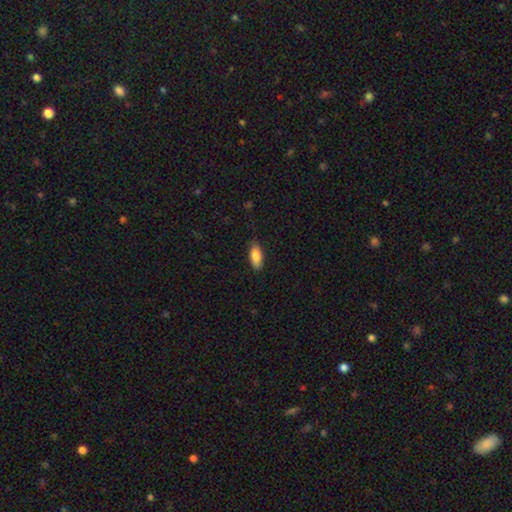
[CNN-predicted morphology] This appears to be a smooth galaxy with no disk features (82%) that is in between round and cigar-shaped (83%). Merging: none (81%).